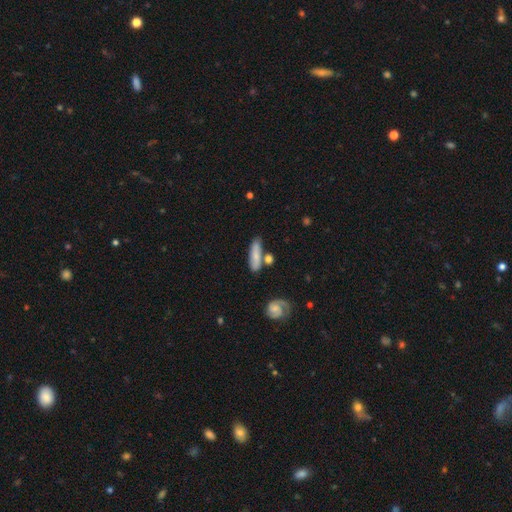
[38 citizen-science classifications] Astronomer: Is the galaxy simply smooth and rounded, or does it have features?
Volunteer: smooth — 76%.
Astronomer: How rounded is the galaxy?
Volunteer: cigar-shaped — 66%.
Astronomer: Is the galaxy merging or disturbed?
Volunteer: none — 67%.